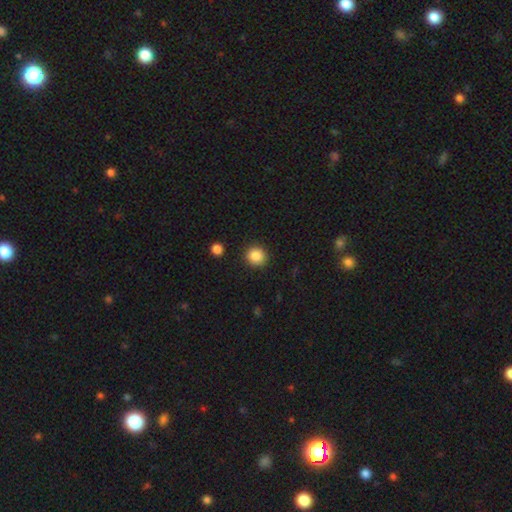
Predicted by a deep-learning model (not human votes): This appears to be a smooth galaxy with no disk features (86%) that is round (91%). Merging: none (91%).